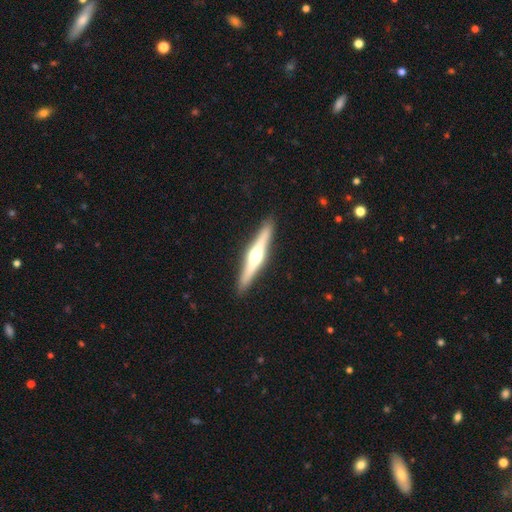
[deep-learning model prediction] Smooth or featured? featured or disk (73%)
Edge-on disk? yes (98%)
Edge-on bulge? rounded (93%)
Merging? none (92%)